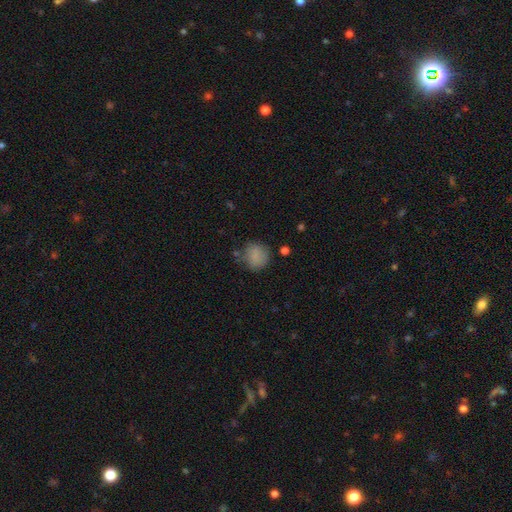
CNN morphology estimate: smooth_or_featured: smooth (p=0.82) [alt: star or artifact p=0.10]
how_rounded: round (p=0.84) [alt: in between p=0.15]
merging: none (p=0.73) [alt: minor disturbance p=0.18]